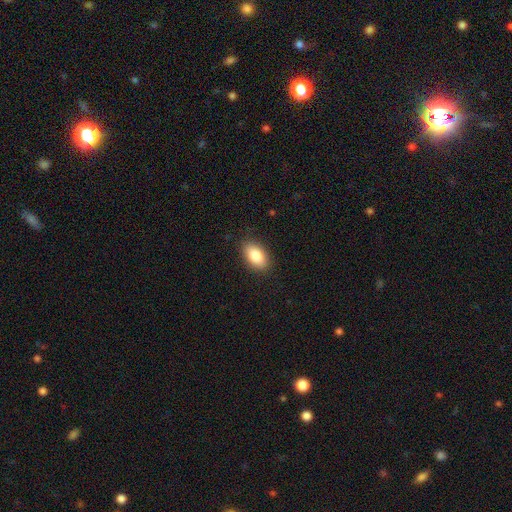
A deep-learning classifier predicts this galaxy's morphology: Smooth or featured?
  - smooth: 85% *
  - featured or disk: 8%
  - star or artifact: 7%
How rounded?
  - in between: 92% *
  - round: 5%
  - cigar-shaped: 2%
Merging?
  - none: 88% *
  - minor disturbance: 9%
  - major disturbance: 2%
  - merger: 1%